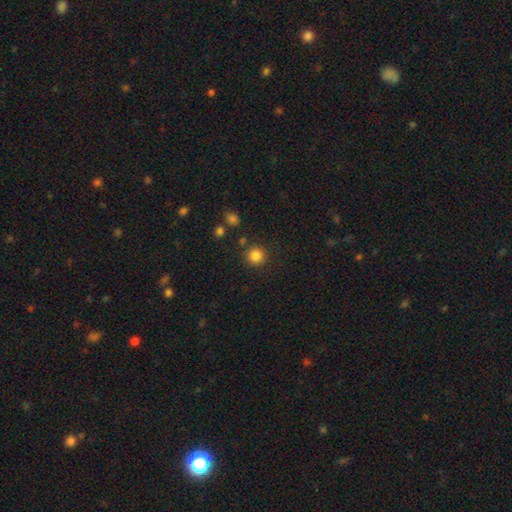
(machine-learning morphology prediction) This appears to be a smooth galaxy with no disk features (84%) that is round (94%). Merging: none (87%).